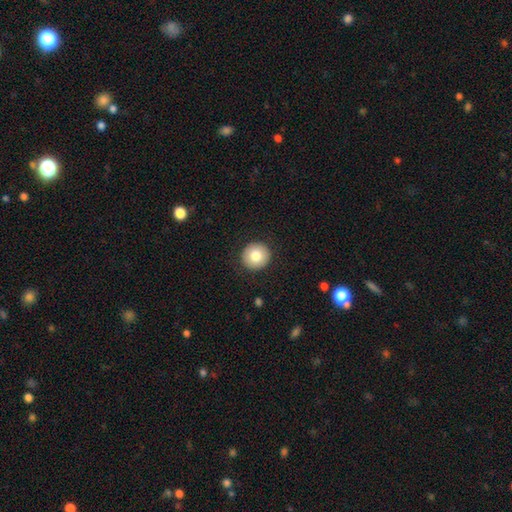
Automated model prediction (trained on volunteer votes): This is clearly a smooth galaxy (81%). How rounded: clearly round (94%). Merging: clearly none (92%).